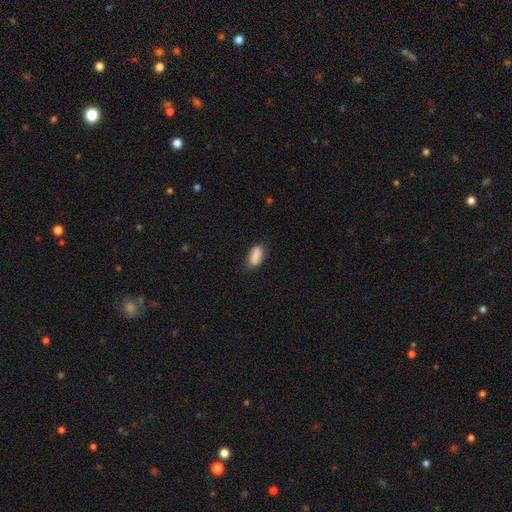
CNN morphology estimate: Overall: smooth (87%). How rounded: in between (88%). Merging: none (76%).